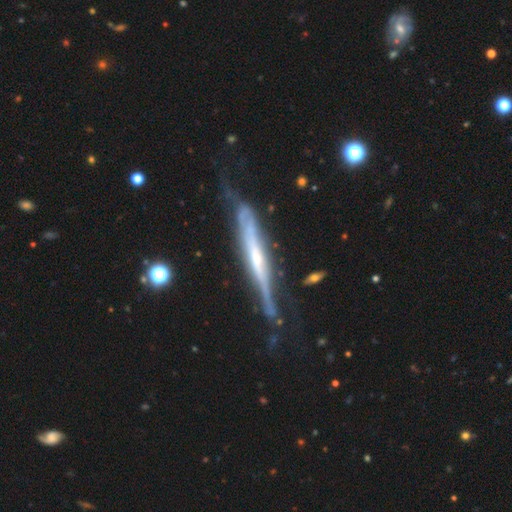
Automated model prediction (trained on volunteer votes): This appears to be a featured or disk galaxy (80%) viewed edge-on (87%) with no central bulge (49%). Merging: none (56%).